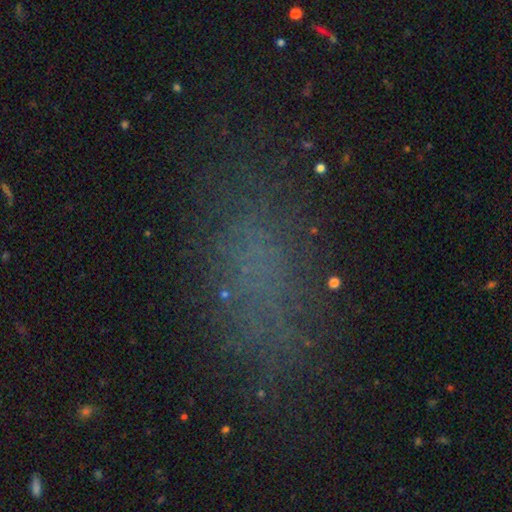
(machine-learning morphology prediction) smooth_or_featured: star or artifact (p=0.38) [alt: smooth p=0.37]